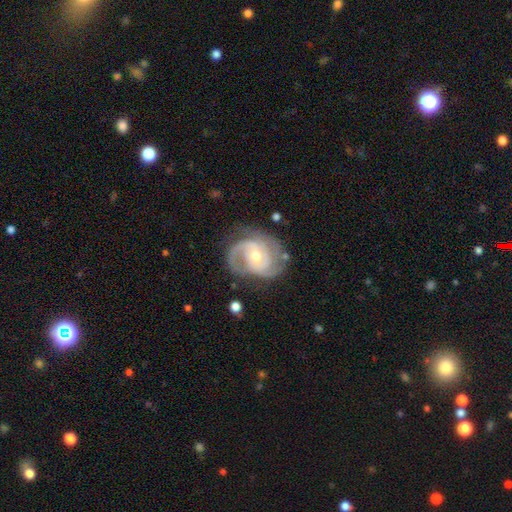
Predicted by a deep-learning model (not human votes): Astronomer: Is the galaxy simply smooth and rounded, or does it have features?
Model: featured or disk — 89%.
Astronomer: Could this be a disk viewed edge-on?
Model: no — 97%.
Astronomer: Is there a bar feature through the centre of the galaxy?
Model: no — 57% (runner-up: weak, 34%).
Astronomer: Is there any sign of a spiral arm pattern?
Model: yes — 97%.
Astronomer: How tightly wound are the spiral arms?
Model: tight — 53% (runner-up: medium, 39%).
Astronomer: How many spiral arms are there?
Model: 2 — 50%.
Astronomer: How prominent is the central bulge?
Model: moderate — 61%.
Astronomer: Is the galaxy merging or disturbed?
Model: none — 67%.